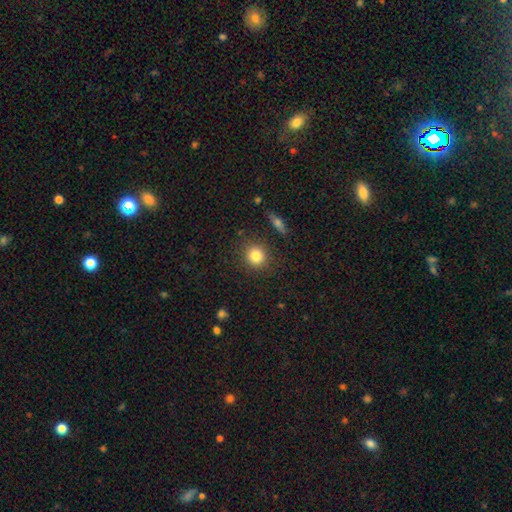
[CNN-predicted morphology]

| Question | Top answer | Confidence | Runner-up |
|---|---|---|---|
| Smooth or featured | smooth | 82% | star or artifact (11%) |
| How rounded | round | 88% | in between (11%) |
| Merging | none | 88% | minor disturbance (7%) |